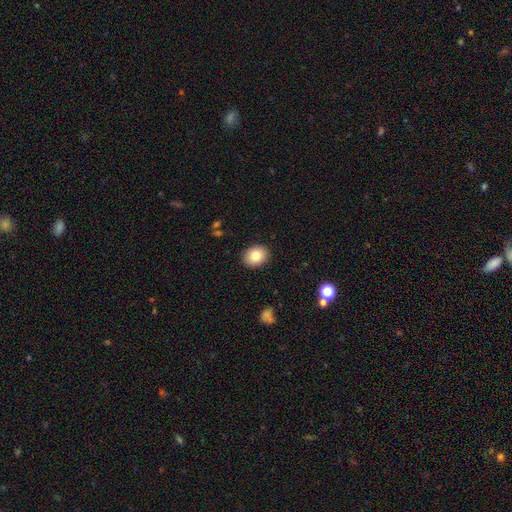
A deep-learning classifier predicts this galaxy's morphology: This appears to be a smooth galaxy with no disk features (84%) that is in between round and cigar-shaped (58%). Merging: none (89%).